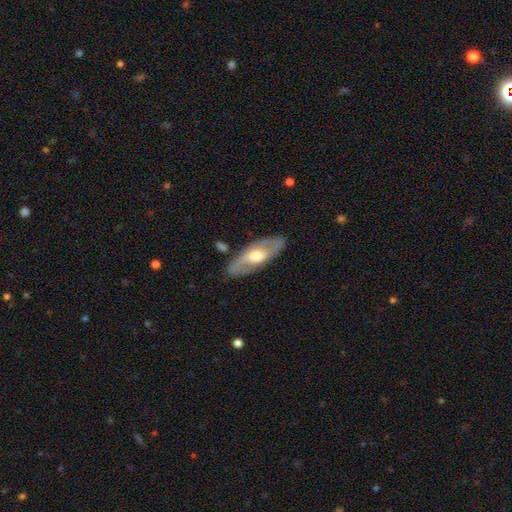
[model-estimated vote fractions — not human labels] A featured or disk galaxy (68%) with no bar (48%), spiral arms (64%) and a moderate central bulge (69%).

Vote fractions:
- Smooth or featured? featured or disk: 68% / smooth: 28% / star or artifact: 5%
- Edge-on disk? no: 80% / yes: 20%
- Bar? no: 48% / weak: 36% / strong: 17%
- Spiral arms? yes: 64% / no: 36%
- Bulge size? moderate: 69% / large: 17% / small: 12% / dominant: 1% / none: 1%
- Merging? none: 84% / minor disturbance: 11% / major disturbance: 3% / merger: 2%